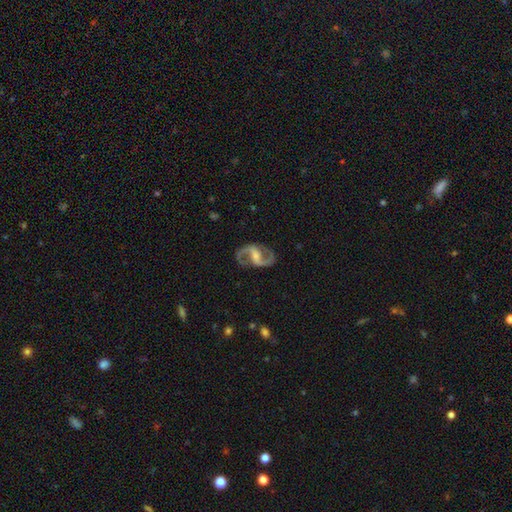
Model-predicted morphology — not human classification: The model was most divided on "bar": weak: 45%, strong: 37%, no: 18%. Remaining: edge-on disk — no (98%); spiral arms — yes (97%); spiral arm count — 2 (94%); smooth or featured — featured or disk (91%); merging — none (83%); spiral winding — medium (60%); bulge size — moderate (43%).